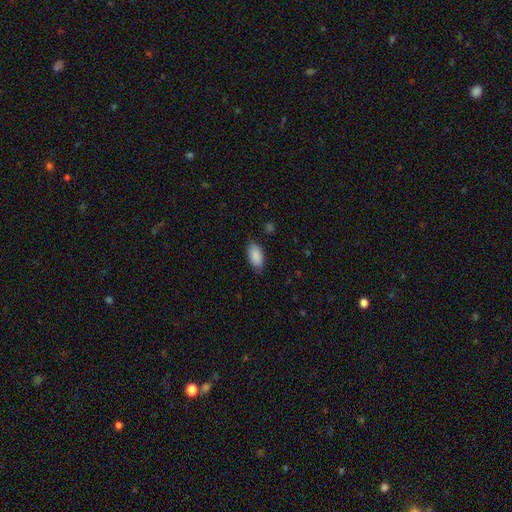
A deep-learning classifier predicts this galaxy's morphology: smooth-or-featured: smooth: 89% | star or artifact: 6% | featured or disk: 4%
  how-rounded: in between: 93% | cigar-shaped: 4% | round: 3%
  merging: none: 81% | minor disturbance: 15% | major disturbance: 3% | merger: 1%